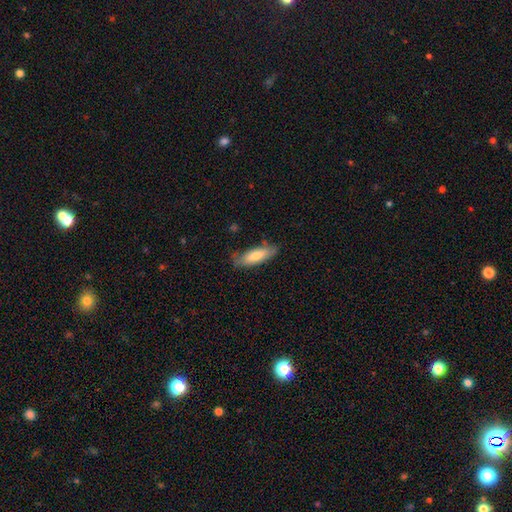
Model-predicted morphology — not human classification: A smooth galaxy with no disk features (73%) that is in between round and cigar-shaped (55%). Merging: none (71%).